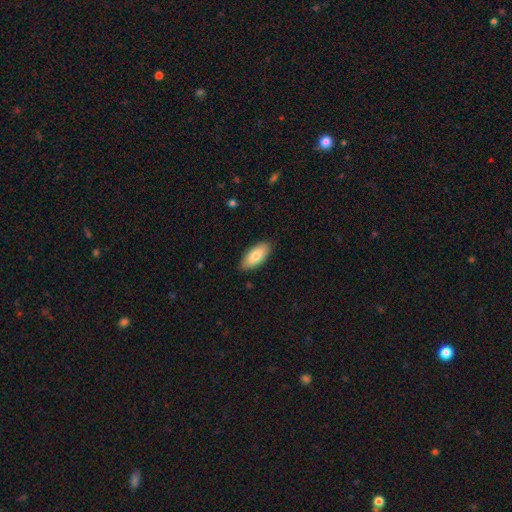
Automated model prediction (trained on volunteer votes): smooth 80%, featured or disk 14%, star or artifact 6%. Down the decision tree: how rounded — in between (88%); merging — none (87%).